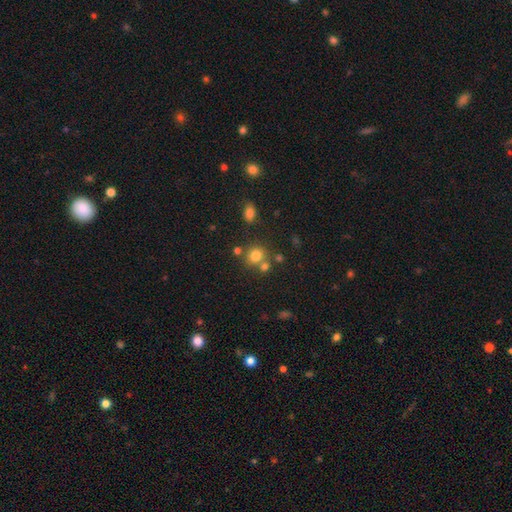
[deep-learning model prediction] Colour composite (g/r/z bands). It shows a smooth galaxy with no disk features (77%) that is round (81%). Merging: none (65%).